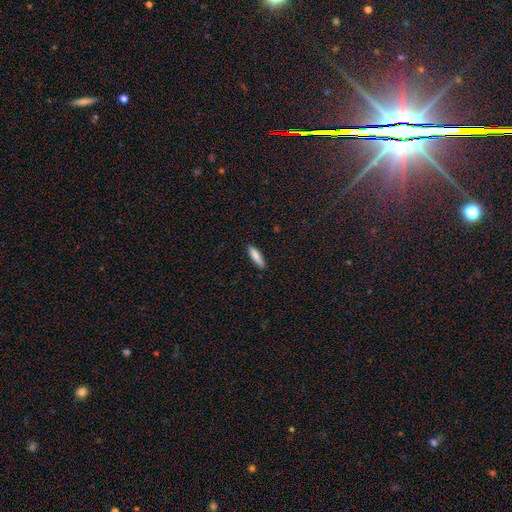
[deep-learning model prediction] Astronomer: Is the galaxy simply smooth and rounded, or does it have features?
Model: smooth — 85%.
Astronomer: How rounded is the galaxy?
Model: cigar-shaped — 70%.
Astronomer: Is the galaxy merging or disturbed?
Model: none — 85%.